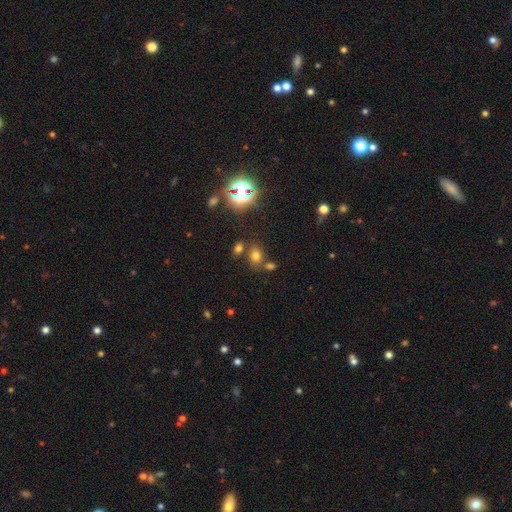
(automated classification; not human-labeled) The model was most divided on "how rounded": in between: 55%, round: 43%, cigar-shaped: 1%. More confident: merging — none (67%); smooth or featured — smooth (66%).